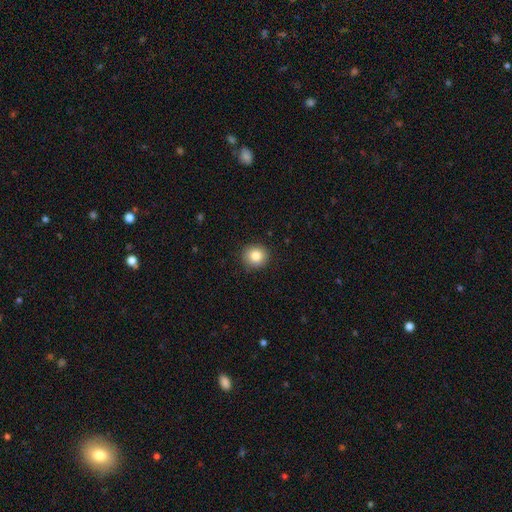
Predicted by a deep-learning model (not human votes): This is clearly a smooth galaxy (84%). How rounded: clearly round (86%). Merging: clearly none (90%).